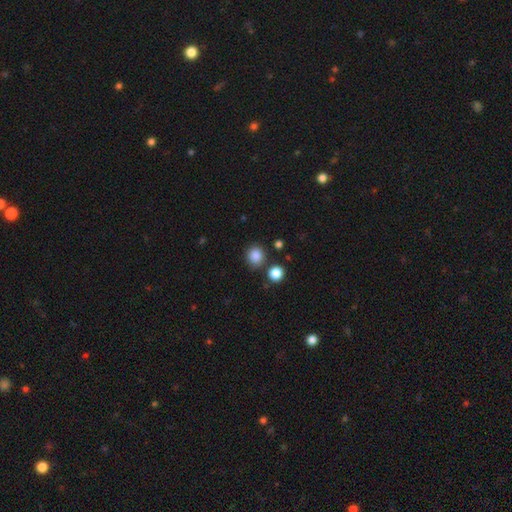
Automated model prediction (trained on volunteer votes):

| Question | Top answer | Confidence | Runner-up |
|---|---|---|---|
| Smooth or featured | smooth | 86% | star or artifact (10%) |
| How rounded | round | 84% | in between (15%) |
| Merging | none | 82% | minor disturbance (9%) |